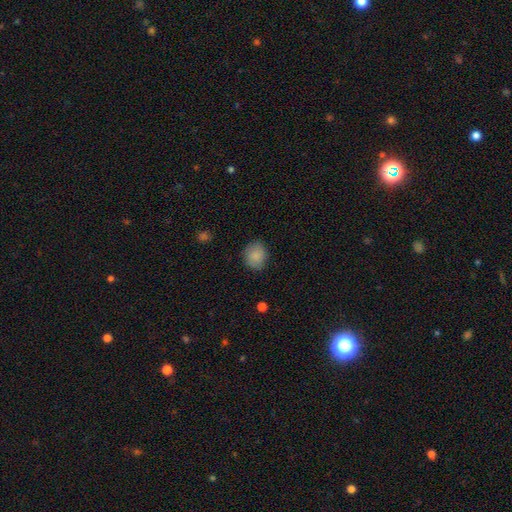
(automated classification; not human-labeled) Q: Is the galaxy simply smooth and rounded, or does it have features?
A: smooth — 86%.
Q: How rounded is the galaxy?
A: round — 63%.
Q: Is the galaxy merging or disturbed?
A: none — 84%.